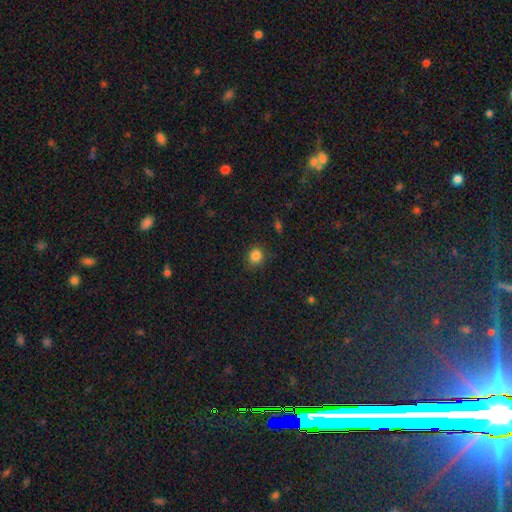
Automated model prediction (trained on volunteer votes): This appears to be a smooth galaxy with no disk features (84%) that is round (81%). Merging: none (85%).